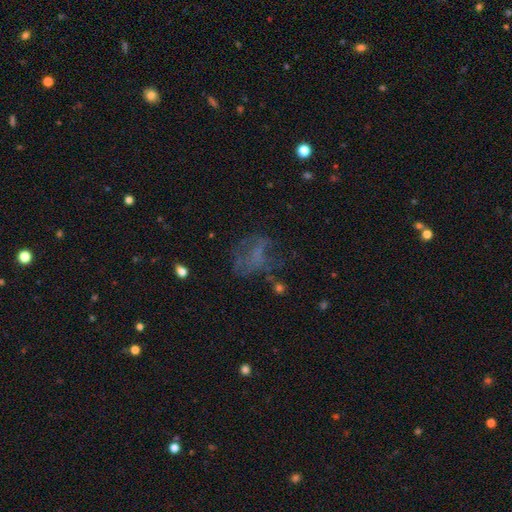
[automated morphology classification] featured or disk 41%, smooth 34%, star or artifact 25%. Down the decision tree: merging — none (44%).